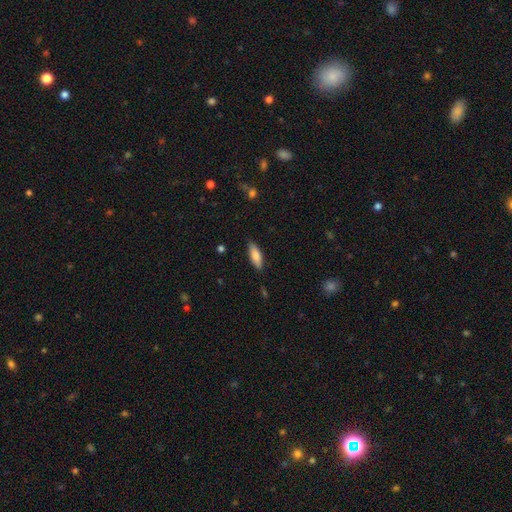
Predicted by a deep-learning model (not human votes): smooth_or_featured: smooth (p=0.80) [alt: featured or disk p=0.14]
how_rounded: in between (p=0.63) [alt: cigar-shaped p=0.35]
merging: none (p=0.85) [alt: minor disturbance p=0.11]